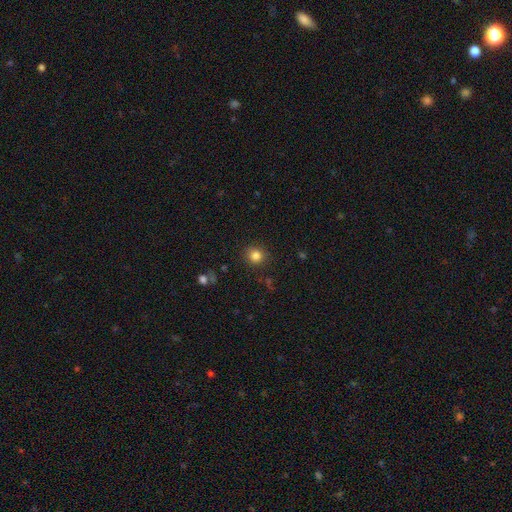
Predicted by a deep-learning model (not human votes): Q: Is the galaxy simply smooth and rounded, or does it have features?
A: smooth — 83%.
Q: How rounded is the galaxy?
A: round — 88%.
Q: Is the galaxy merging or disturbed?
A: none — 89%.